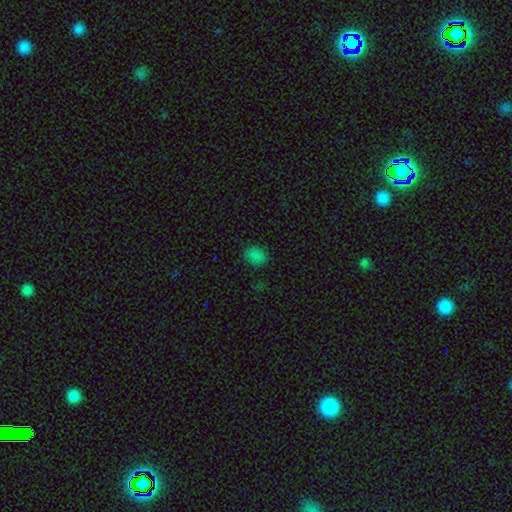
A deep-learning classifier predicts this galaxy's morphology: smooth_or_featured: smooth (p=0.80) [alt: star or artifact p=0.16]
how_rounded: in between (p=0.60) [alt: round p=0.38]
merging: none (p=0.82) [alt: minor disturbance p=0.14]